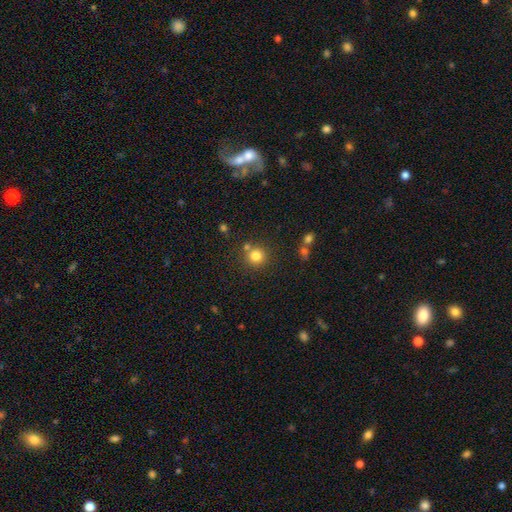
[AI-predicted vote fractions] Q: Smooth or featured?
A: smooth (80%); runner-up: star or artifact (13%)
Q: How rounded?
A: round (92%); runner-up: in between (7%)
Q: Merging?
A: none (75%); runner-up: merger (13%)